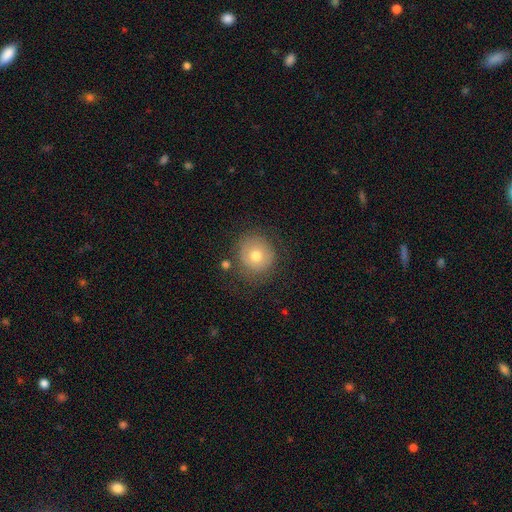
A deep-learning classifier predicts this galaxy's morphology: smooth-or-featured: smooth: 68% | featured or disk: 22% | star or artifact: 10%
  how-rounded: round: 89% | in between: 10% | cigar-shaped: 1%
  merging: none: 74% | minor disturbance: 16% | major disturbance: 7% | merger: 3%